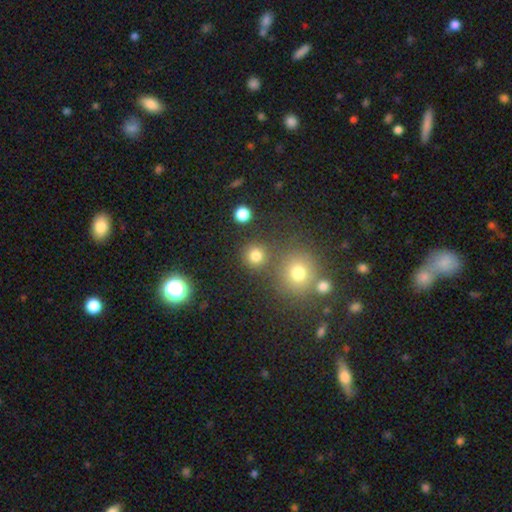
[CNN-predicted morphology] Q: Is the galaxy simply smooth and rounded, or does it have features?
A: smooth — 78%.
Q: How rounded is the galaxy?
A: round — 92%.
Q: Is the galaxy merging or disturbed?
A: none — 78%.